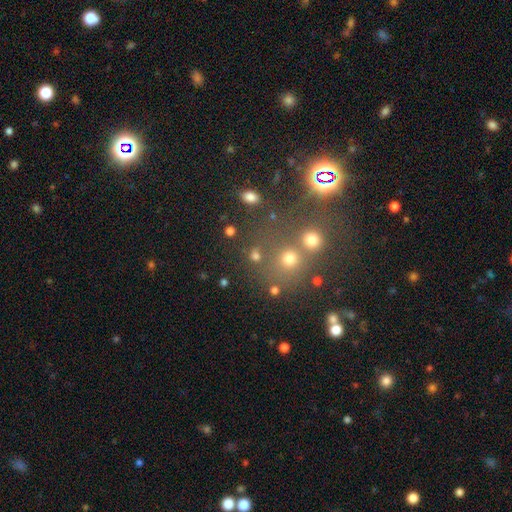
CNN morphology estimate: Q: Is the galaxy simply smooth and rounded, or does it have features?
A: smooth — 72%.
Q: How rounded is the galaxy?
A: round — 81%.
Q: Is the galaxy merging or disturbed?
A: none — 64%.